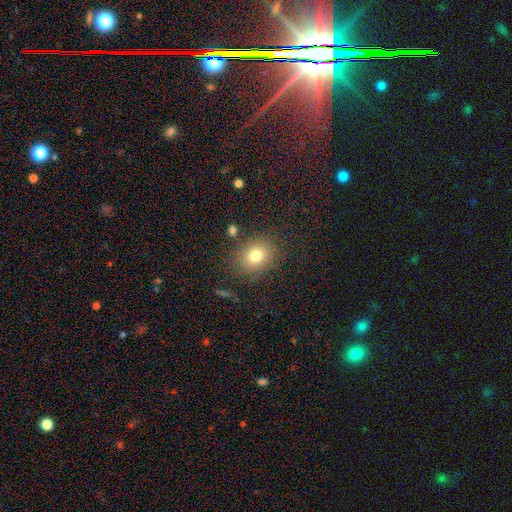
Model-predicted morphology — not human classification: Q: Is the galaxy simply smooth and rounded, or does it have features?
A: smooth — 77%.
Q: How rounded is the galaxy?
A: round — 52%.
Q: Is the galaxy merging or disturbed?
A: none — 81%.